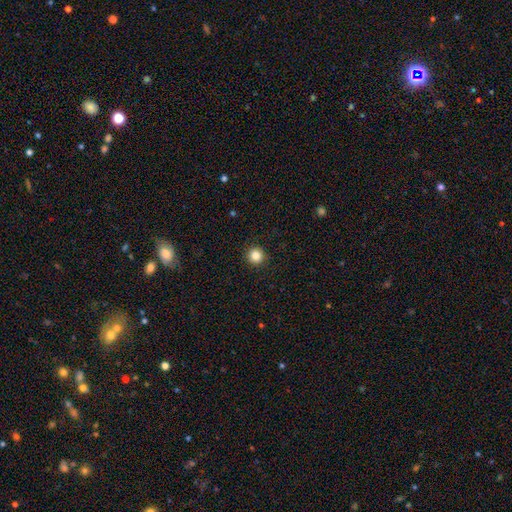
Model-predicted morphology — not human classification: Smooth or featured? smooth (86%)
How rounded? round (96%)
Merging? none (93%)